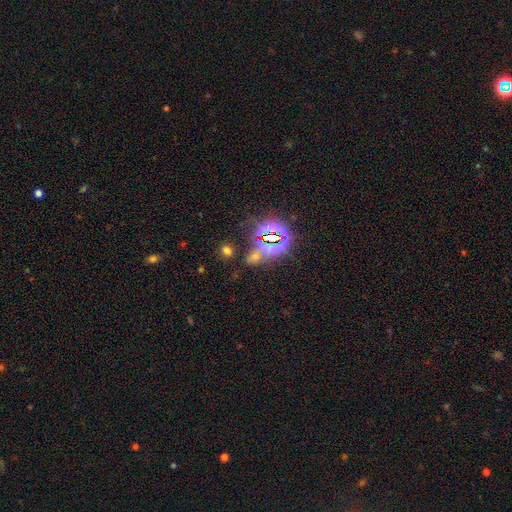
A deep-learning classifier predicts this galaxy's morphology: This appears to be a star or artifact, not a galaxy (71%).